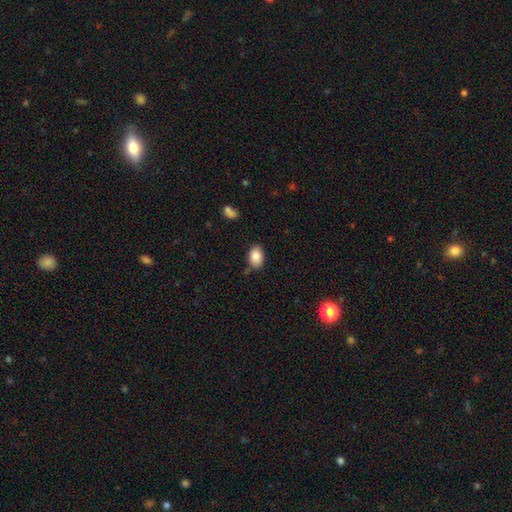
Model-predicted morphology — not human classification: Smooth or featured? Predicted: smooth (p=0.86). How rounded? Predicted: in between (p=0.85). Merging? Predicted: none (p=0.77).